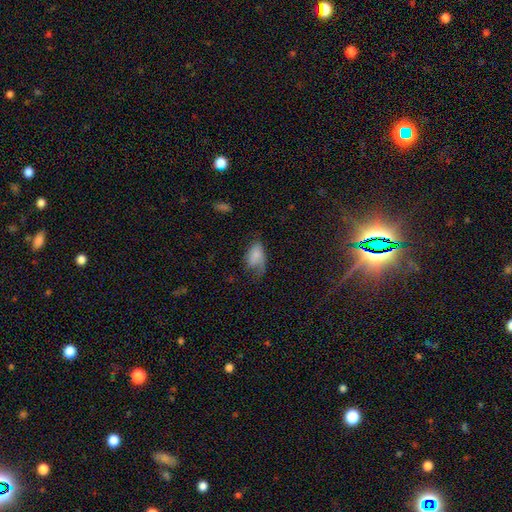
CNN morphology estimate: Q: Smooth or featured?
A: smooth (72%); runner-up: featured or disk (19%)
Q: How rounded?
A: in between (92%); runner-up: round (6%)
Q: Merging?
A: major disturbance (34%); runner-up: minor disturbance (33%)